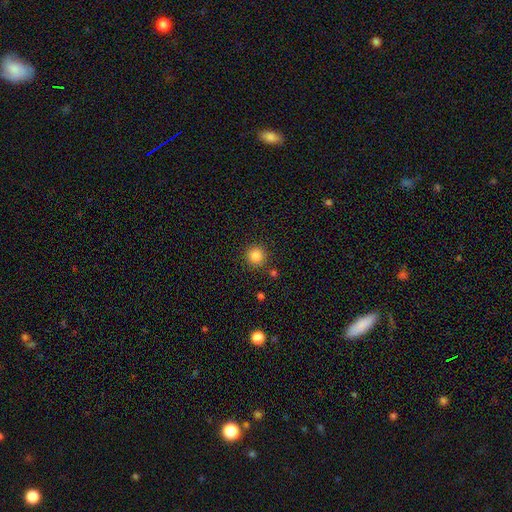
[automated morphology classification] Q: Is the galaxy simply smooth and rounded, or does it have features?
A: smooth — 84%.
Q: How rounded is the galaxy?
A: round — 94%.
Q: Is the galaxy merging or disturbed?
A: none — 87%.